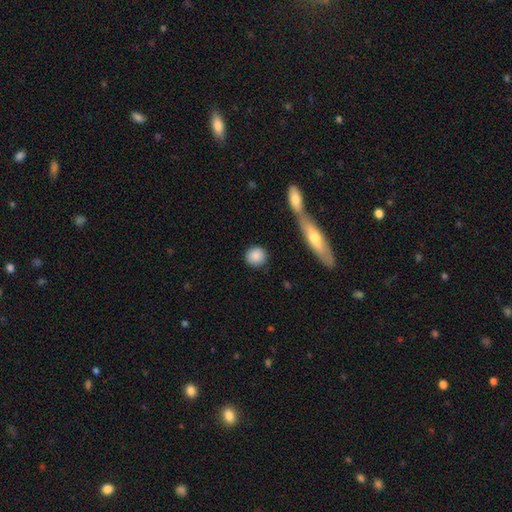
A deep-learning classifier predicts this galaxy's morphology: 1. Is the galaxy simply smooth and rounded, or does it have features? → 86% smooth, 7% featured or disk, 7% star or artifact.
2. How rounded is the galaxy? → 84% round, 14% in between, 3% cigar-shaped.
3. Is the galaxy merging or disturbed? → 84% none, 8% minor disturbance, 5% merger, 3% major disturbance.